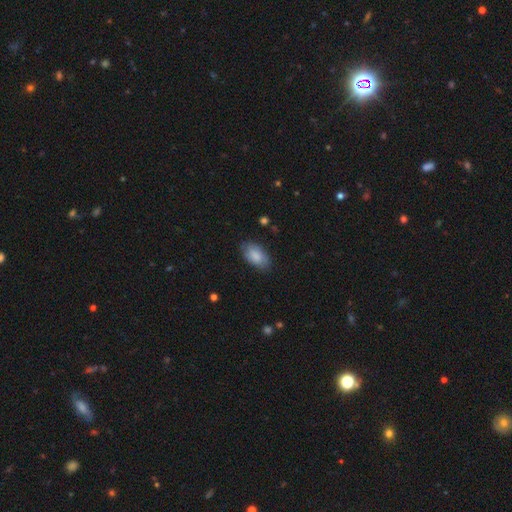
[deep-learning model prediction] This appears to be a smooth galaxy with no disk features (85%) that is in between round and cigar-shaped (94%). Merging: none (80%).